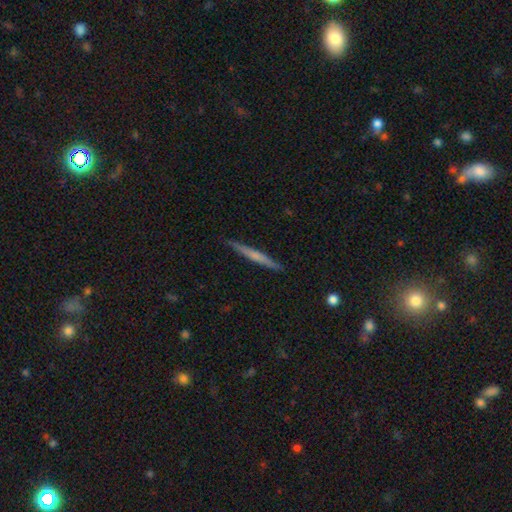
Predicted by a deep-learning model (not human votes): Q: Smooth or featured?
A: featured or disk (48%); runner-up: smooth (47%)
Q: Merging?
A: none (90%); runner-up: minor disturbance (8%)